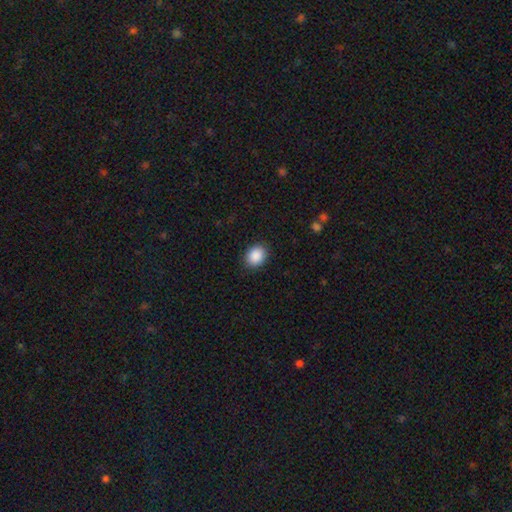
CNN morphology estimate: The model was most divided on "how rounded": in between: 50%, round: 49%, cigar-shaped: 1%. More confident: smooth or featured — smooth (90%); merging — none (88%).